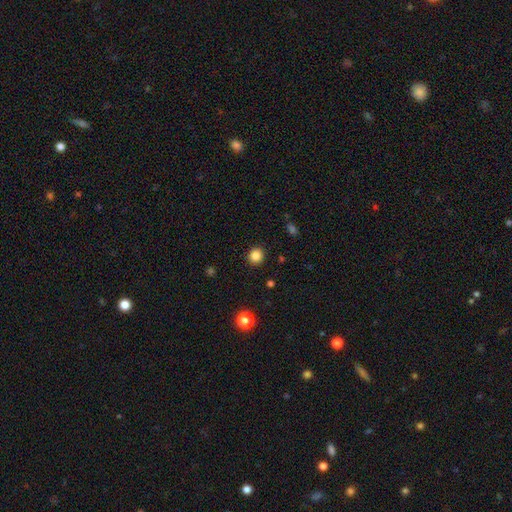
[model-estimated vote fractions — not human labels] Morphology: type=smooth (84%); roundness=round (92%); merging=none (92%).